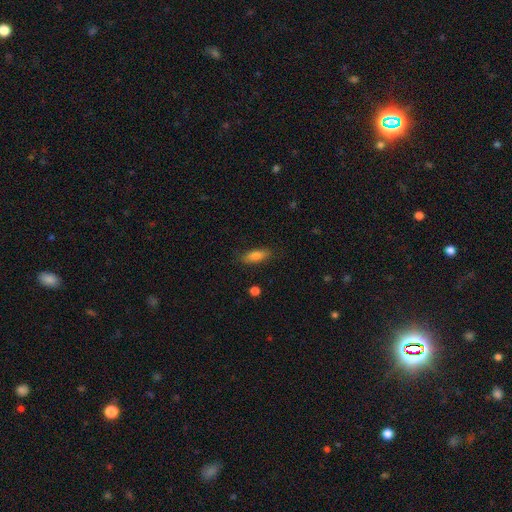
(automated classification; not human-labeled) This appears to be a smooth galaxy with no disk features (77%) that is in between round and cigar-shaped (60%). Merging: none (84%).